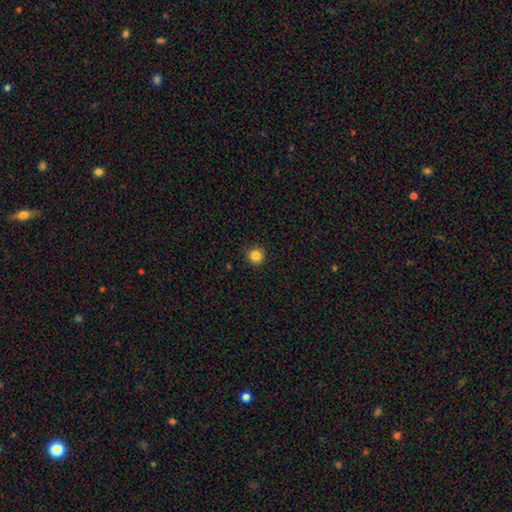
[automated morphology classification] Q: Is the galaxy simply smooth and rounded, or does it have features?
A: smooth — 84%.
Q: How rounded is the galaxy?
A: round — 94%.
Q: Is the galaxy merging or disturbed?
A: none — 91%.